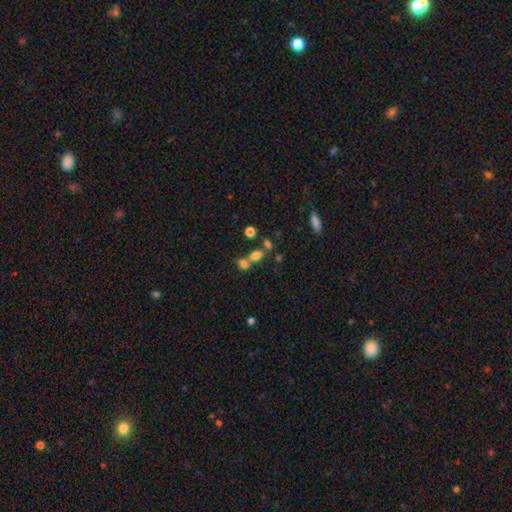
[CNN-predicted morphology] Overall: smooth (73%). How rounded: in between (64%; round 33%). Merging: merger (49%; none 38%).